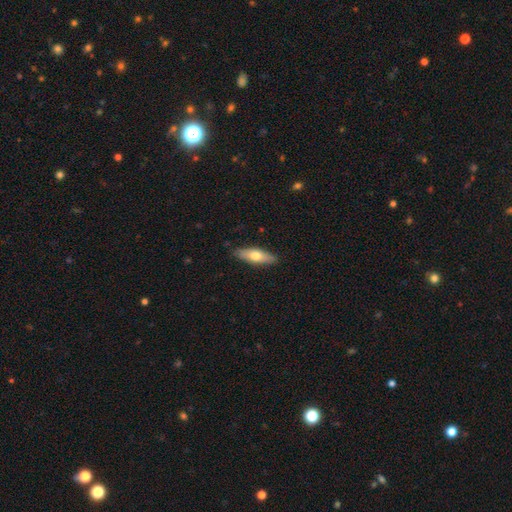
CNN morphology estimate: smooth_or_featured: smooth (p=0.63) [alt: featured or disk p=0.31]
how_rounded: in between (p=0.54) [alt: cigar-shaped p=0.43]
merging: none (p=0.86) [alt: minor disturbance p=0.11]